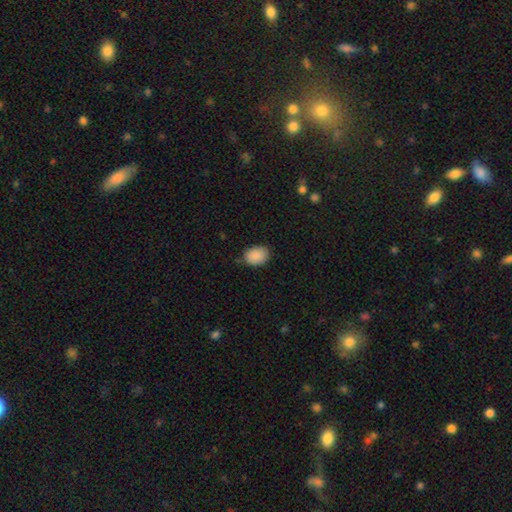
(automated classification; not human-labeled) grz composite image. It shows a smooth galaxy with no disk features (89%) that is in between round and cigar-shaped (67%). Merging: none (80%).